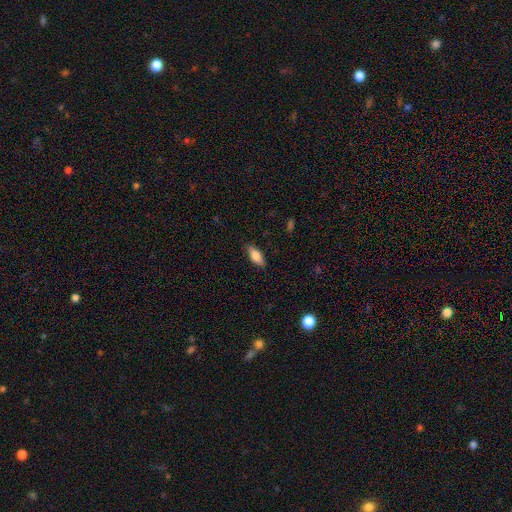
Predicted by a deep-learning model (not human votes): Overall: smooth (78%). How rounded: in between (78%). Merging: none (86%).